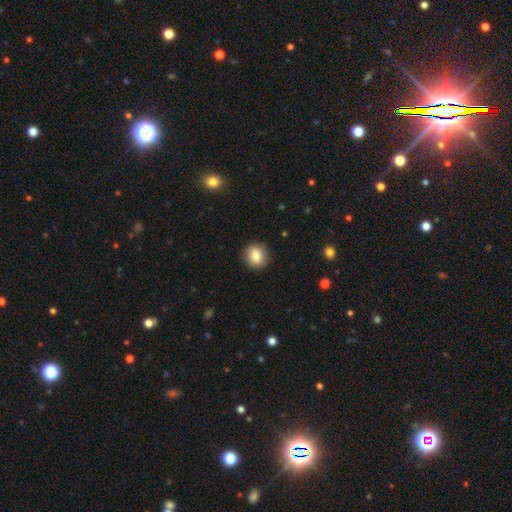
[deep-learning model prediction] This appears to be a smooth galaxy with no disk features (83%) that is round (86%). Merging: none (90%).